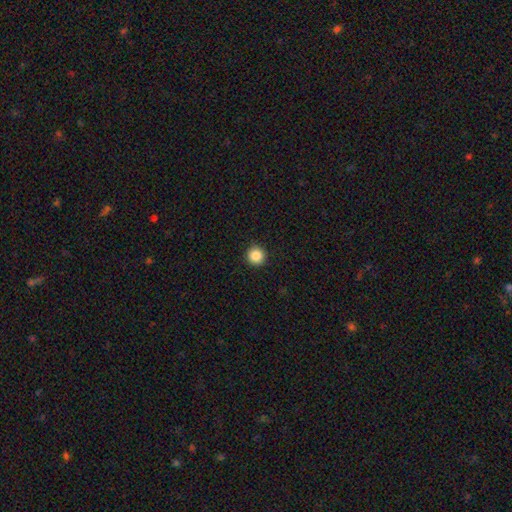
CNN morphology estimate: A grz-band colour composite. It shows a smooth galaxy with no disk features (87%) that is round (96%). Merging: none (92%).